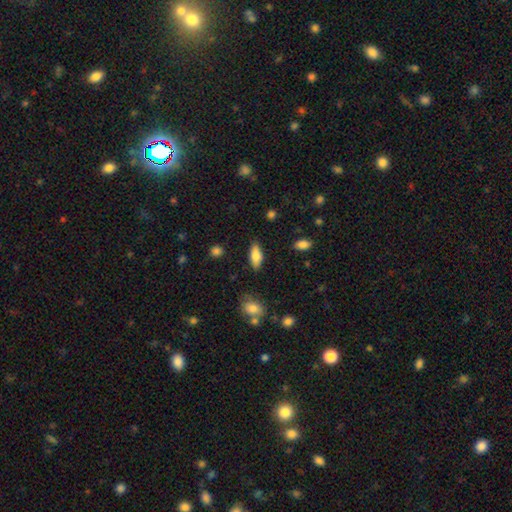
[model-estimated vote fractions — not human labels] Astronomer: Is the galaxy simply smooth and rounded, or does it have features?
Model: smooth — 79%.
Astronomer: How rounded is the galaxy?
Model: in between — 77%.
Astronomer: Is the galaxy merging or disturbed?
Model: none — 83%.